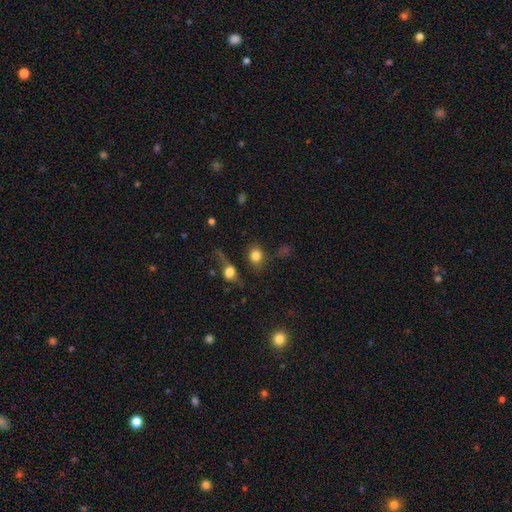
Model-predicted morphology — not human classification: A smooth galaxy with no disk features (78%) that is round (61%).

Vote fractions:
- Smooth or featured? smooth: 78% / star or artifact: 12% / featured or disk: 10%
- How rounded? round: 61% / in between: 37% / cigar-shaped: 2%
- Merging? none: 65% / minor disturbance: 16% / merger: 10% / major disturbance: 9%